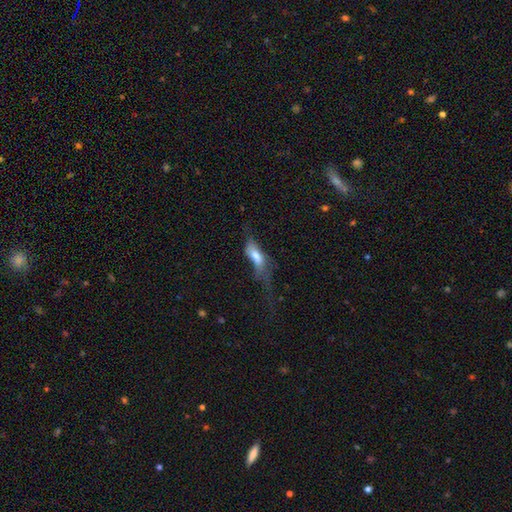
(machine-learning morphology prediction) A smooth galaxy with no disk features (58%) that is in between round and cigar-shaped (67%).

Vote fractions:
- Smooth or featured? smooth: 58% / featured or disk: 32% / star or artifact: 10%
- How rounded? in between: 67% / cigar-shaped: 29% / round: 4%
- Merging? major disturbance: 55% / none: 19% / minor disturbance: 19% / merger: 7%